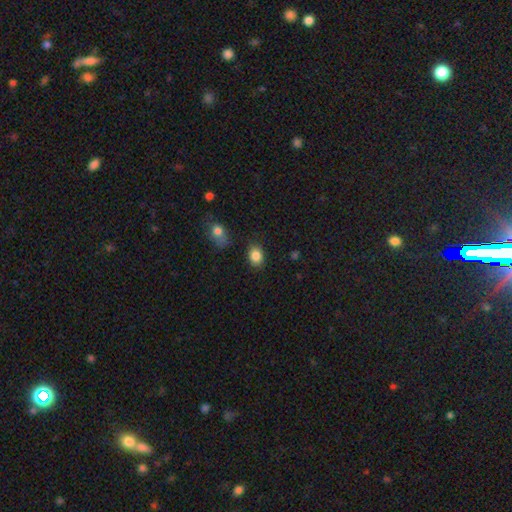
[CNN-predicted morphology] Smooth or featured?
  - smooth: 85% *
  - star or artifact: 9%
  - featured or disk: 6%
How rounded?
  - in between: 63% *
  - round: 36%
  - cigar-shaped: 1%
Merging?
  - none: 81% *
  - minor disturbance: 12%
  - merger: 3%
  - major disturbance: 3%